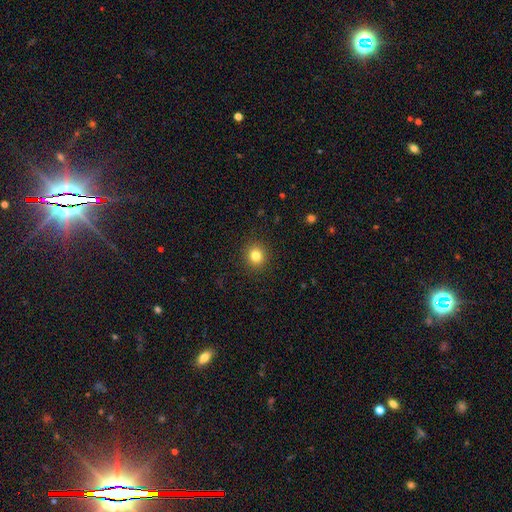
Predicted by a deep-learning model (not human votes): A smooth galaxy with no disk features (82%) that is round (86%). Merging: none (91%).